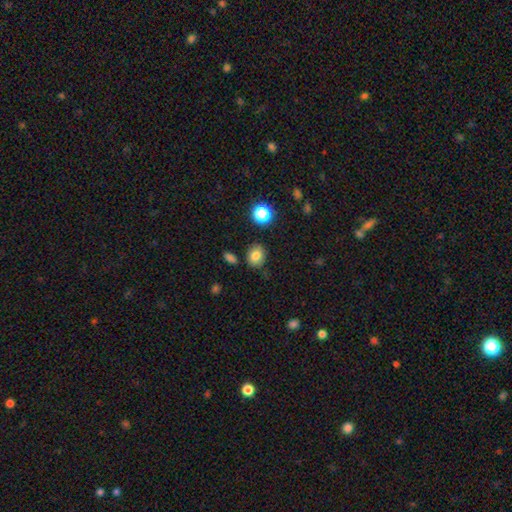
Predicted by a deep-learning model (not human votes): smooth_or_featured: smooth (p=0.80) [alt: star or artifact p=0.12]
how_rounded: round (p=0.55) [alt: in between p=0.44]
merging: none (p=0.81) [alt: minor disturbance p=0.12]